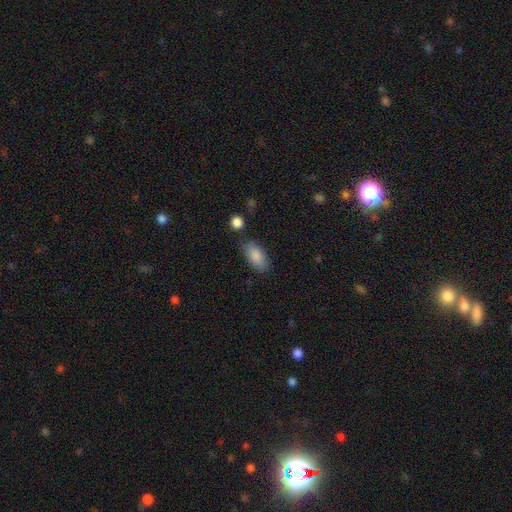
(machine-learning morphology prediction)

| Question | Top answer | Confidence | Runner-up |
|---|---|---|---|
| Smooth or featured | smooth | 88% | star or artifact (7%) |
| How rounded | in between | 92% | cigar-shaped (5%) |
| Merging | none | 77% | minor disturbance (15%) |